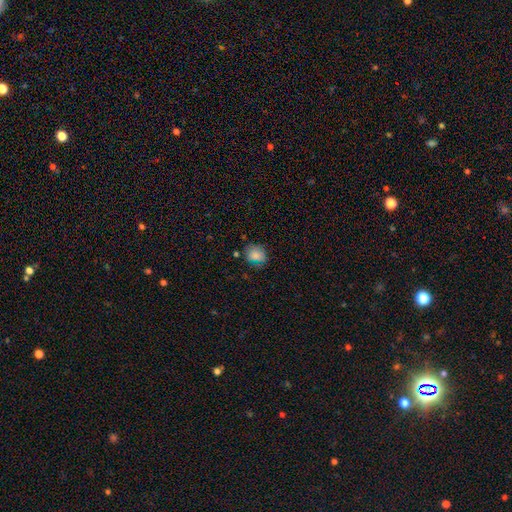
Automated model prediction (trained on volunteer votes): smooth-or-featured: smooth: 83% | star or artifact: 10% | featured or disk: 7%
  how-rounded: round: 60% | in between: 39% | cigar-shaped: 1%
  merging: none: 70% | minor disturbance: 21% | major disturbance: 6% | merger: 4%